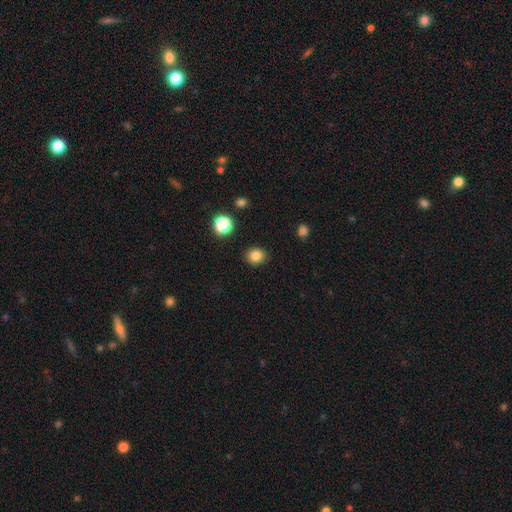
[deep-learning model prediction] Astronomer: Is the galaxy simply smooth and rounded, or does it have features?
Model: smooth — 83%.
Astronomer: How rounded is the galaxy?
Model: round — 72%.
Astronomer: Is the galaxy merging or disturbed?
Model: none — 89%.